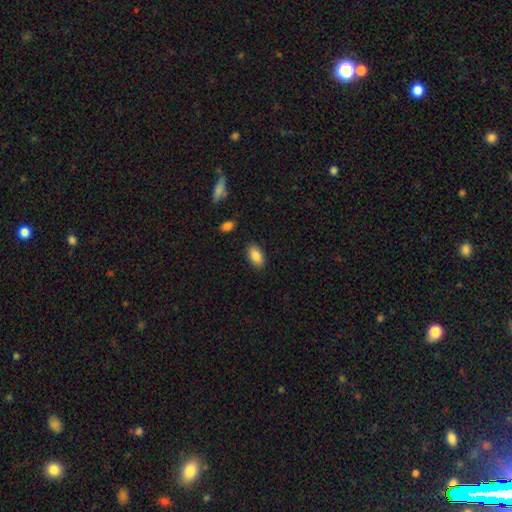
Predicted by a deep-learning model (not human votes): The model was most divided on "merging": none: 87%, minor disturbance: 9%, major disturbance: 2%, merger: 1%. More confident: how rounded — in between (93%); smooth or featured — smooth (87%).